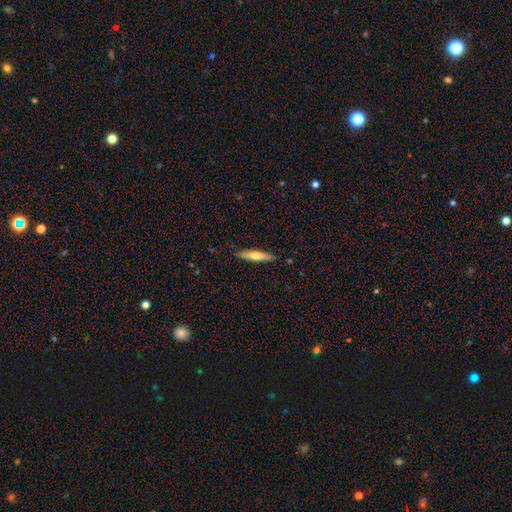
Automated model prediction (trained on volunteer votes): Smooth or featured: smooth — 61% (featured or disk — 34%)
How rounded: cigar-shaped — 86% (in between — 13%)
Merging: none — 89% (minor disturbance — 8%)